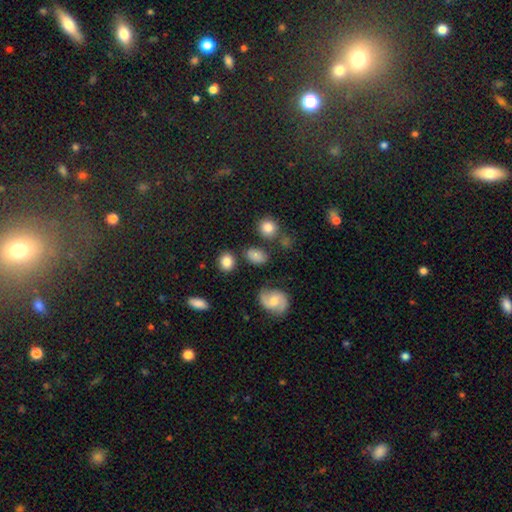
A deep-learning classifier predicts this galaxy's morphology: smooth 79%, star or artifact 10%, featured or disk 10%. Down the decision tree: how rounded — in between (62%); merging — none (74%).